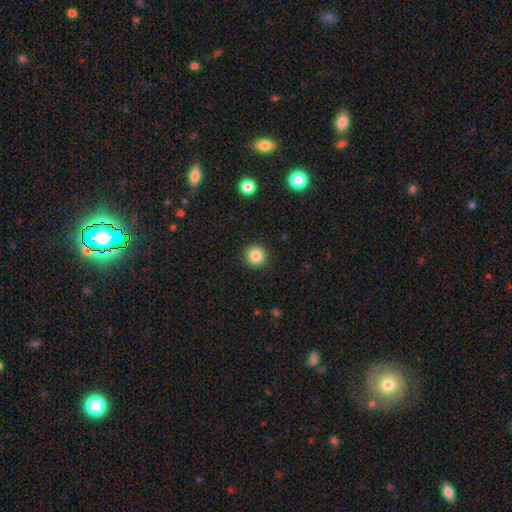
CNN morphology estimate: Smooth or featured?
  - smooth: 85% *
  - star or artifact: 11%
  - featured or disk: 5%
How rounded?
  - round: 95% *
  - in between: 4%
  - cigar-shaped: 1%
Merging?
  - none: 92% *
  - minor disturbance: 5%
  - major disturbance: 2%
  - merger: 1%